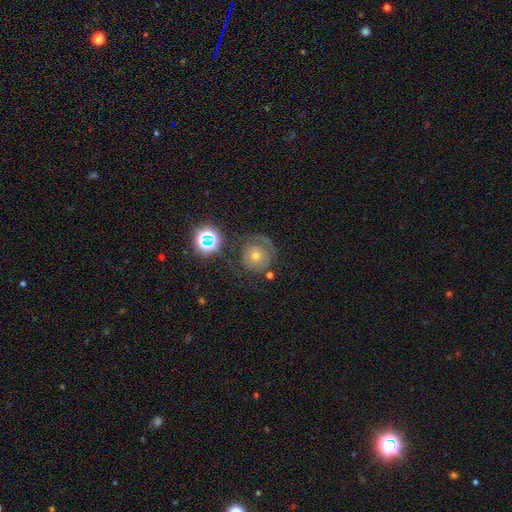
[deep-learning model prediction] Smooth or featured: featured or disk — 48% (smooth — 35%)
Merging: none — 64% (minor disturbance — 17%)